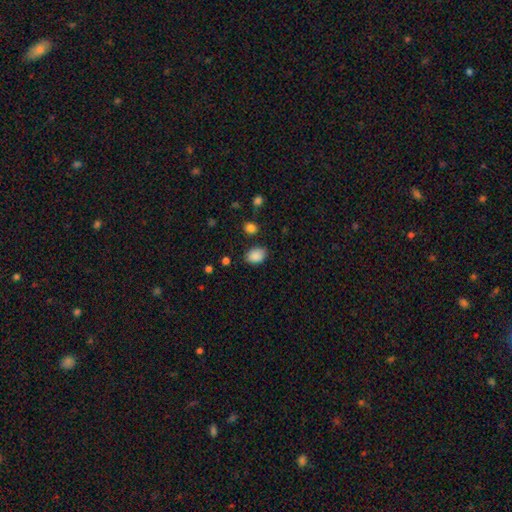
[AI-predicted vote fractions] A smooth galaxy with no disk features (88%) that is in between round and cigar-shaped (80%).

Vote fractions:
- Smooth or featured? smooth: 88% / star or artifact: 8% / featured or disk: 4%
- How rounded? in between: 80% / round: 19% / cigar-shaped: 1%
- Merging? none: 80% / minor disturbance: 14% / major disturbance: 3% / merger: 3%